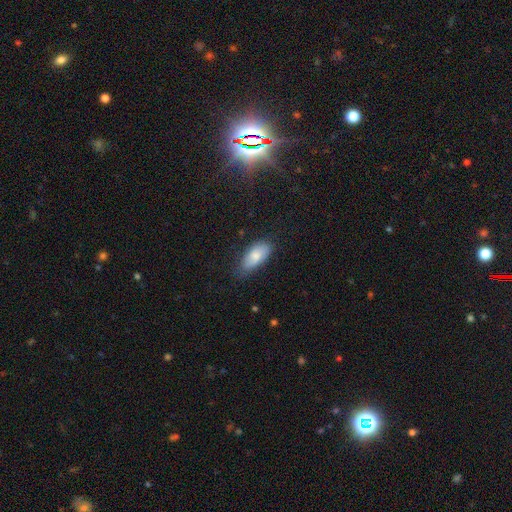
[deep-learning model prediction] Overall: smooth (80%). How rounded: in between (88%). Merging: none (70%).